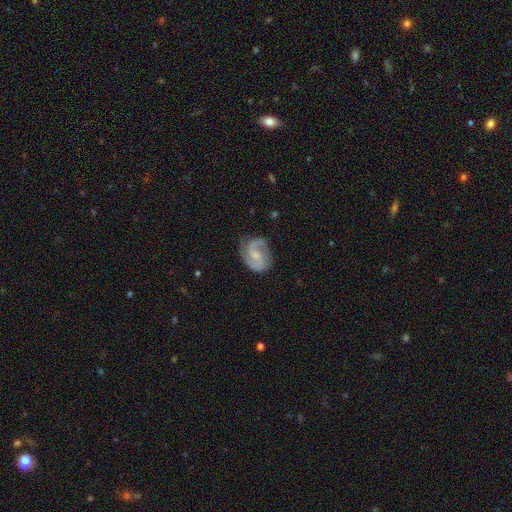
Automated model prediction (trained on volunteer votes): Smooth or featured? featured or disk (87%)
Edge-on disk? no (98%)
Bar? no (46%)
Spiral arms? yes (97%)
Spiral winding? medium (54%)
Spiral arm count? 2 (90%)
Bulge size? small (55%)
Merging? none (76%)